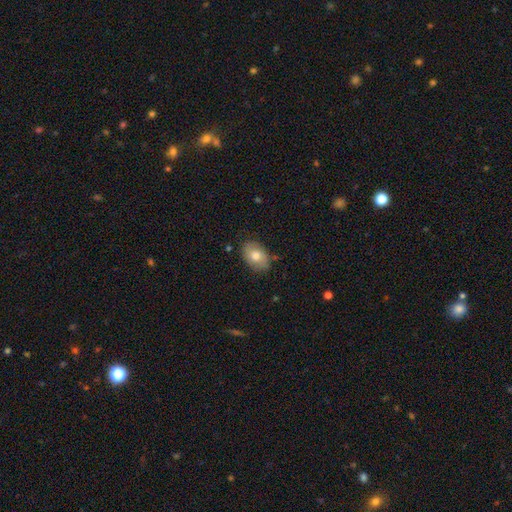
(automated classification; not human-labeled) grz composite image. It shows a smooth galaxy with no disk features (76%) that is in between round and cigar-shaped (85%). Merging: none (82%).